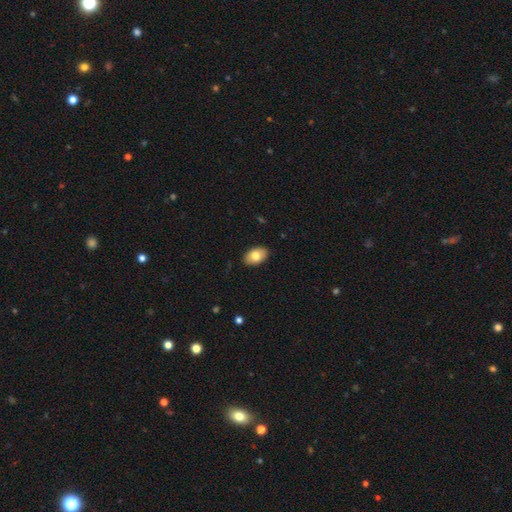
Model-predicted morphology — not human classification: Smooth or featured? Predicted: smooth (p=0.78). How rounded? Predicted: in between (p=0.91). Merging? Predicted: none (p=0.89).